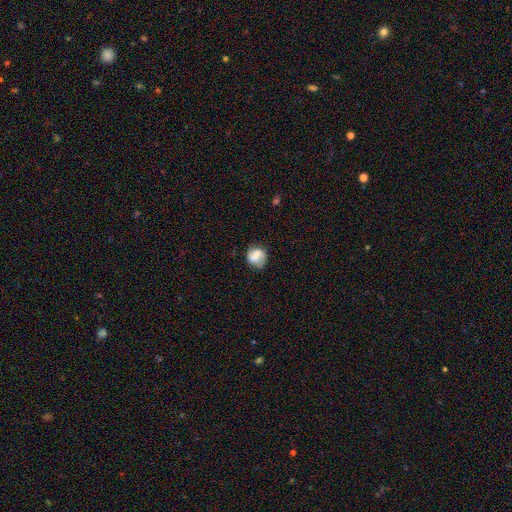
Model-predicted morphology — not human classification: The model was most divided on "smooth or featured": smooth: 54%, featured or disk: 37%, star or artifact: 9%. More confident: how rounded — round (74%); merging — none (66%).